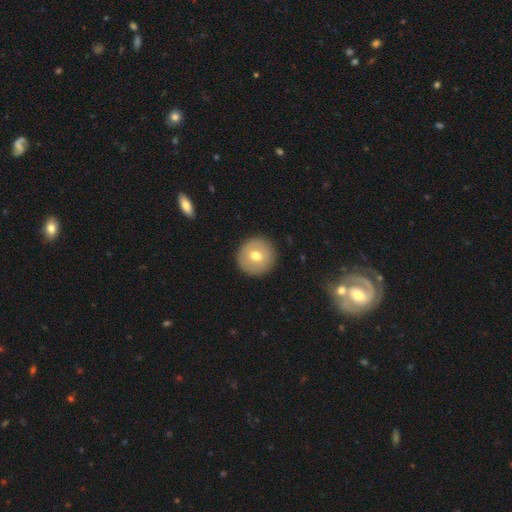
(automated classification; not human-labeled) Morphology: type=smooth (65%); roundness=round (95%); merging=none (91%).